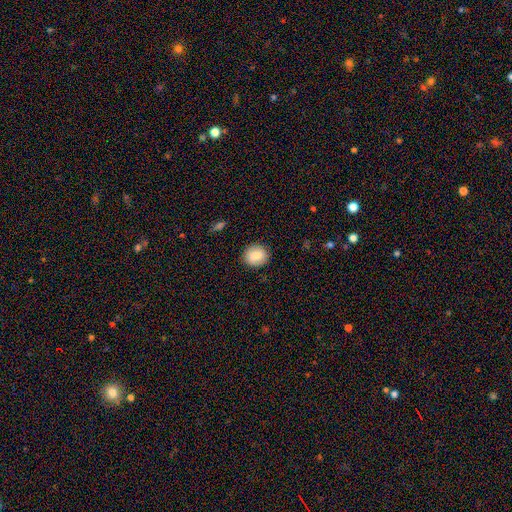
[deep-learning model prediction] Smooth or featured? Predicted: smooth (p=0.82). How rounded? Predicted: round (p=0.78). Merging? Predicted: none (p=0.89).